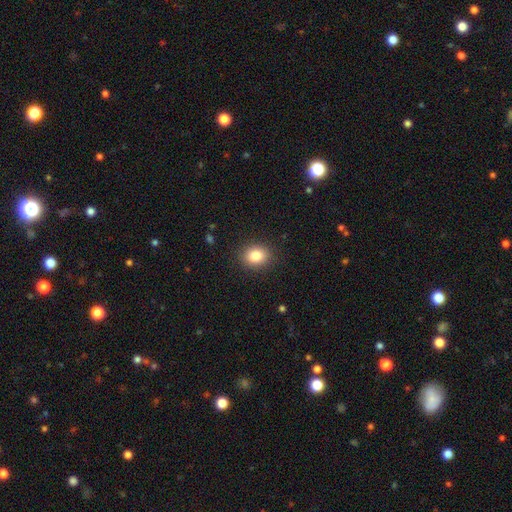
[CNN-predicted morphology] This is clearly a smooth galaxy (84%). How rounded: possibly round (53%). Merging: clearly none (89%).